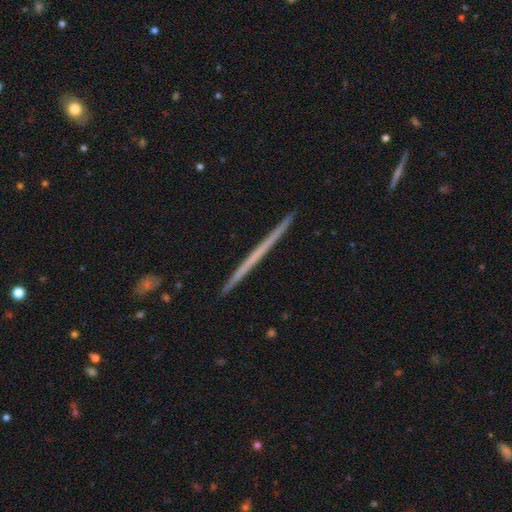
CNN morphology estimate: A featured or disk galaxy (61%) viewed edge-on (98%) with no central bulge (90%). Merging: none (92%).